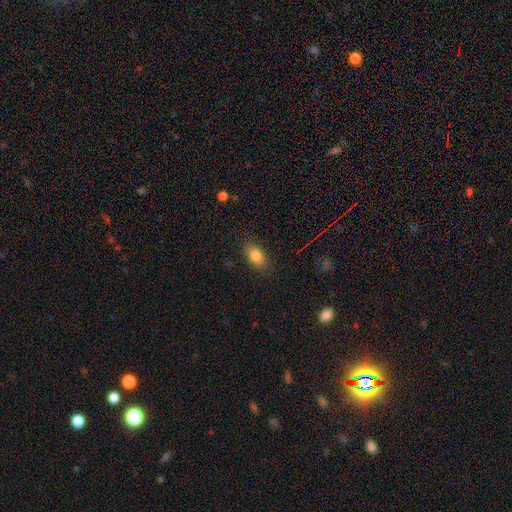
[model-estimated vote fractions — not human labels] The model was most divided on "merging": none: 84%, minor disturbance: 12%, major disturbance: 3%, merger: 1%. More confident: how rounded — in between (87%); smooth or featured — smooth (82%).